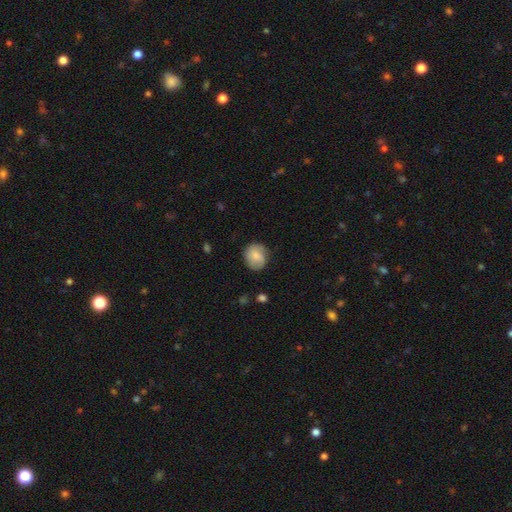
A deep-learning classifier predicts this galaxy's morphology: Smooth or featured: smooth — 71% (featured or disk — 21%)
How rounded: round — 75% (in between — 24%)
Merging: none — 73% (minor disturbance — 21%)